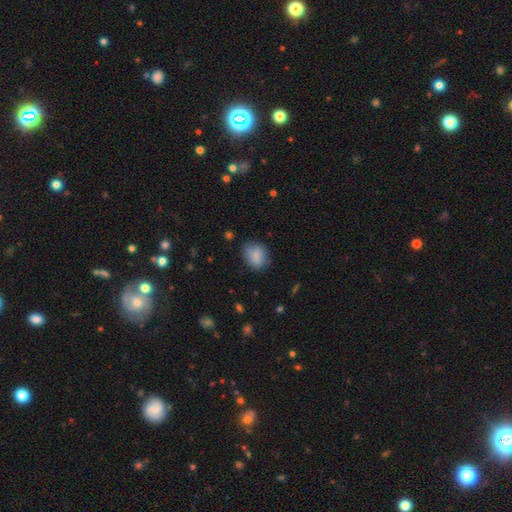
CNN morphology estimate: smooth 85%, star or artifact 8%, featured or disk 7%. Down the decision tree: how rounded — round (50%); merging — none (76%).